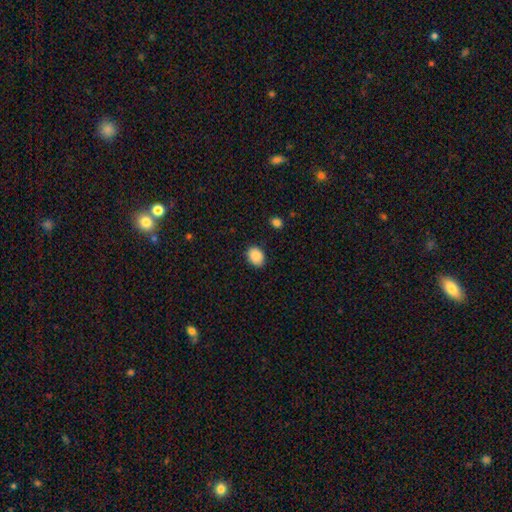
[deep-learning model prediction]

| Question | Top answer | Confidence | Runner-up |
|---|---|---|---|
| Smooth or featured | smooth | 89% | star or artifact (8%) |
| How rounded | in between | 67% | round (32%) |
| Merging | none | 82% | minor disturbance (14%) |